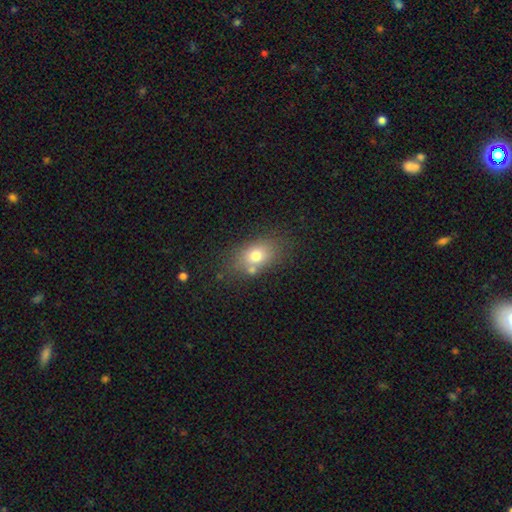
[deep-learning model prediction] A smooth galaxy with no disk features (72%) that is in between round and cigar-shaped (73%).

Vote fractions:
- Smooth or featured? smooth: 72% / featured or disk: 16% / star or artifact: 12%
- How rounded? in between: 73% / round: 25% / cigar-shaped: 2%
- Merging? none: 66% / minor disturbance: 15% / merger: 14% / major disturbance: 5%